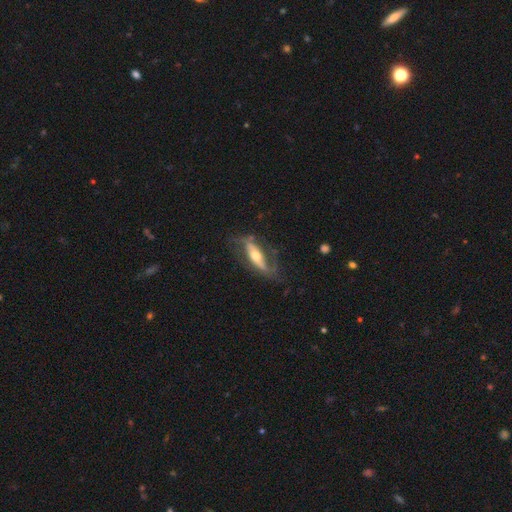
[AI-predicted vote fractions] A featured or disk galaxy (77%) with a strong bar (47%), spiral arms (85%) and a moderate central bulge (65%). Merging: none (62%).